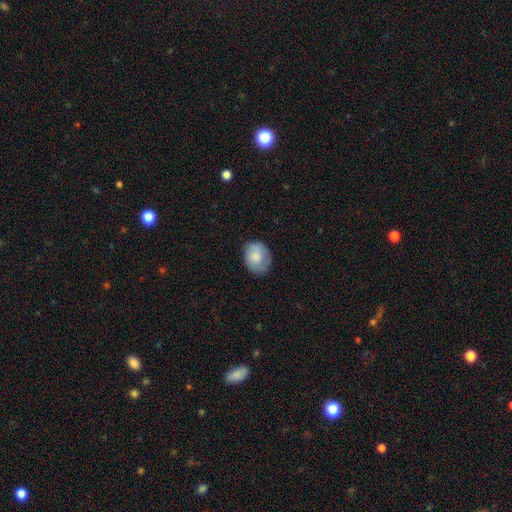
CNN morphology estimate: Overall: smooth (75%). How rounded: round (50%, tied with in between). Merging: none (71%).